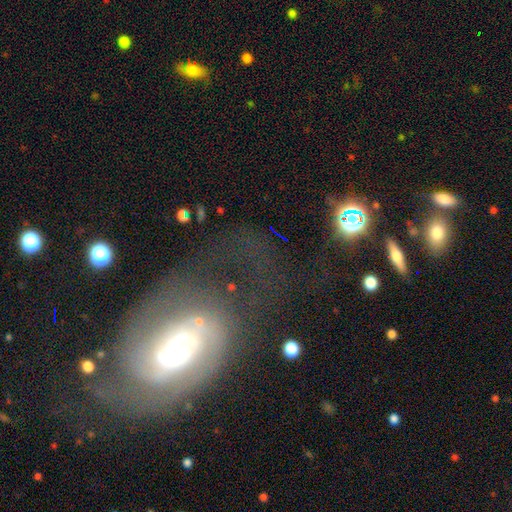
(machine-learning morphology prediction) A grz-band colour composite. It shows a featured or disk galaxy (78%) with no bar (62%), 2 (46%) tight (53%) spiral arms (89%) and a moderate central bulge (47%). Merging: none (52%).